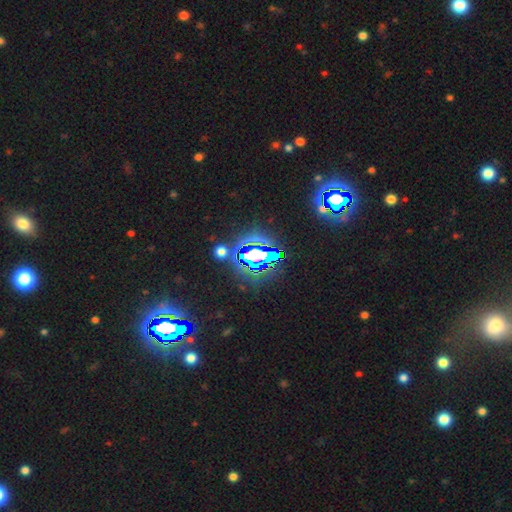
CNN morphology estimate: This appears to be a star or artifact, not a galaxy (75%).